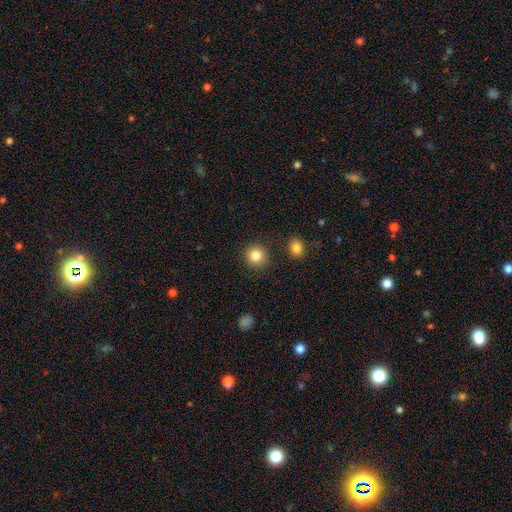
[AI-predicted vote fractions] Smooth or featured? smooth (85%)
How rounded? round (93%)
Merging? none (89%)